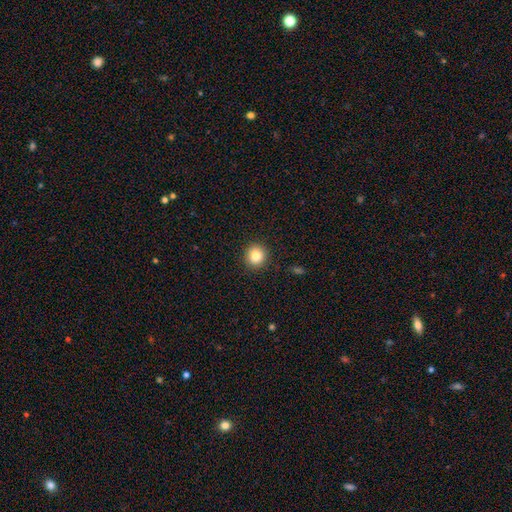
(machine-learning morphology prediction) smooth-or-featured: smooth: 83% | star or artifact: 10% | featured or disk: 7%
  how-rounded: round: 92% | in between: 7% | cigar-shaped: 1%
  merging: none: 92% | minor disturbance: 5% | major disturbance: 2% | merger: 1%